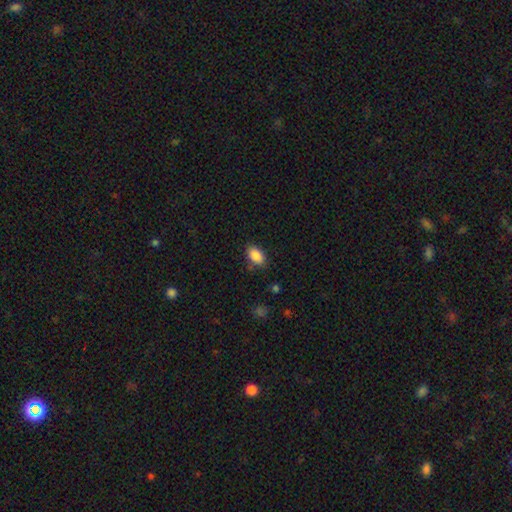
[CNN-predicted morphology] Smooth or featured: smooth — 88% (star or artifact — 8%)
How rounded: in between — 92% (round — 6%)
Merging: none — 83% (minor disturbance — 12%)